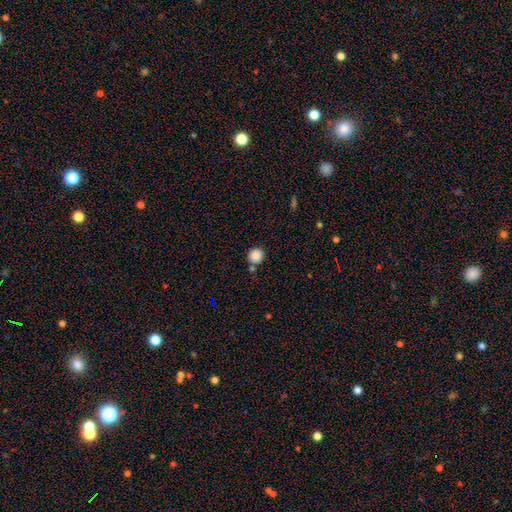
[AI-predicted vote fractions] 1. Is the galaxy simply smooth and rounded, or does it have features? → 87% smooth, 10% star or artifact, 3% featured or disk.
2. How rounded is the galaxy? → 93% round, 6% in between, 1% cigar-shaped.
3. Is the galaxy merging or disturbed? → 77% none, 10% merger, 10% minor disturbance, 3% major disturbance.